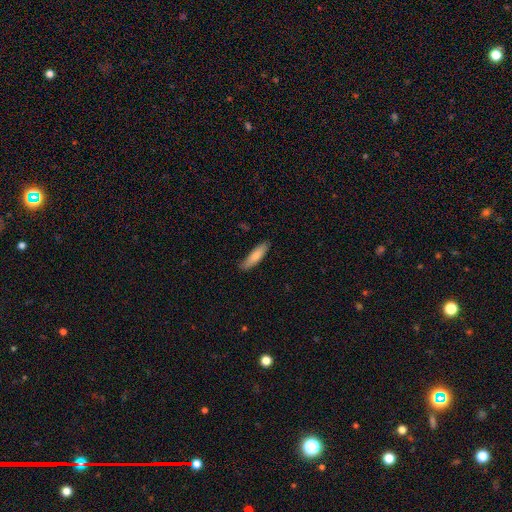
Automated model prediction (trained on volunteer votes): Smooth or featured: smooth — 79% (featured or disk — 15%)
How rounded: cigar-shaped — 69% (in between — 30%)
Merging: none — 82% (minor disturbance — 14%)